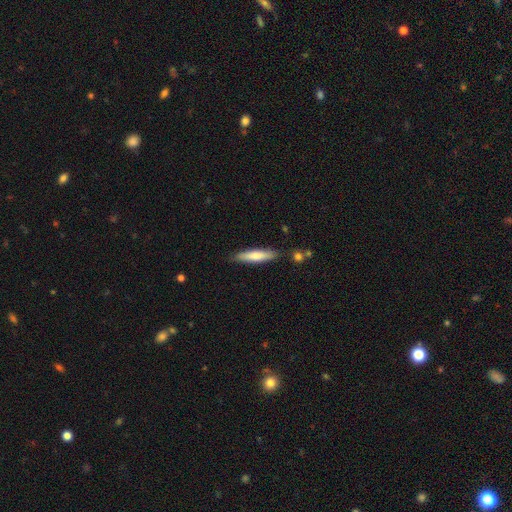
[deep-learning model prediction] smooth-or-featured: smooth: 70% | featured or disk: 24% | star or artifact: 5%
  how-rounded: cigar-shaped: 81% | in between: 18% | round: 1%
  merging: none: 84% | minor disturbance: 12% | merger: 2% | major disturbance: 2%